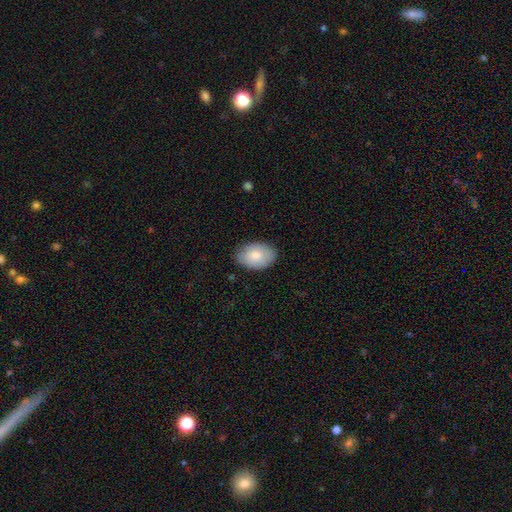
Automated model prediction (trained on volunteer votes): This appears to be a smooth galaxy with no disk features (82%) that is in between round and cigar-shaped (87%). Merging: none (83%).